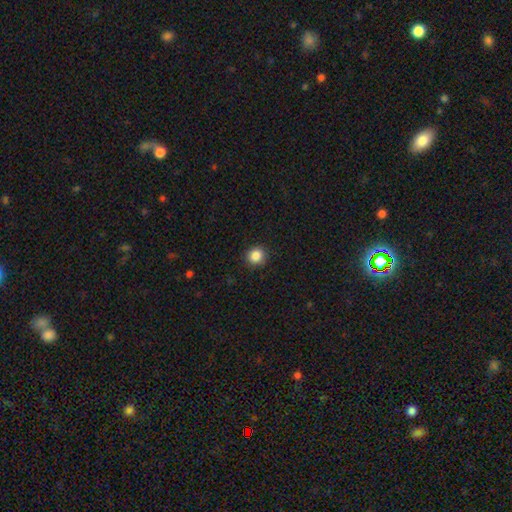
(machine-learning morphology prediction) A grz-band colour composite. It shows a smooth galaxy with no disk features (86%) that is round (88%). Merging: none (91%).